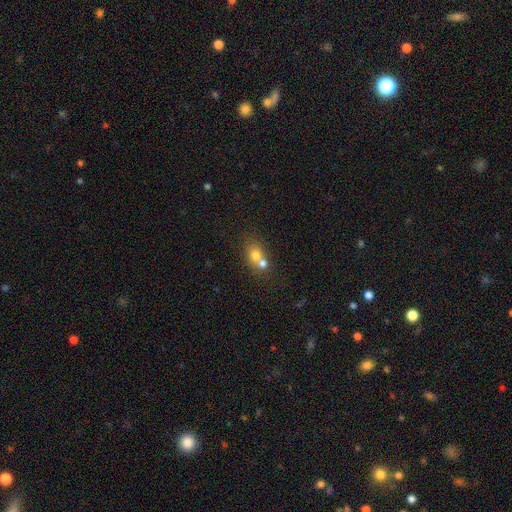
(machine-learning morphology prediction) Q: Smooth or featured?
A: smooth (71%); runner-up: featured or disk (17%)
Q: How rounded?
A: round (66%); runner-up: in between (32%)
Q: Merging?
A: merger (58%); runner-up: none (33%)